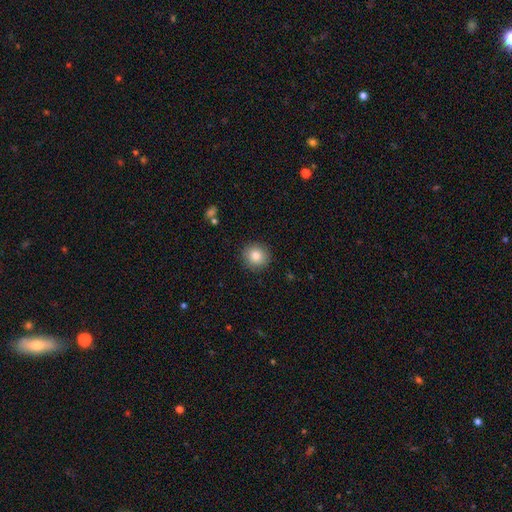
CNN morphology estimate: Smooth or featured? smooth (83%)
How rounded? round (90%)
Merging? none (90%)